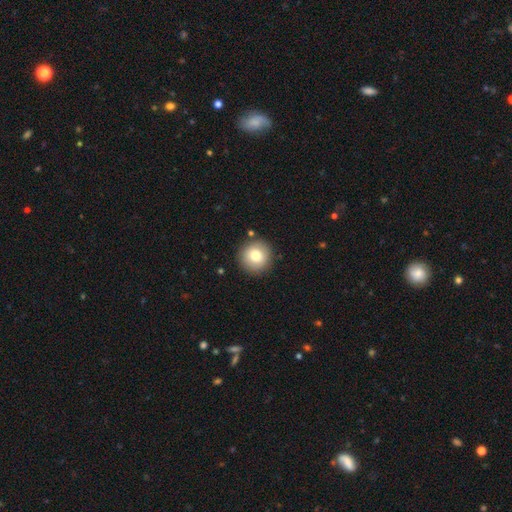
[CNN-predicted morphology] This appears to be a smooth galaxy with no disk features (77%) that is round (95%). Merging: none (88%).